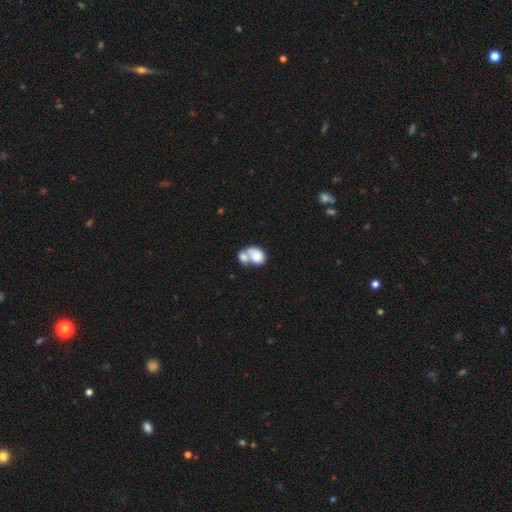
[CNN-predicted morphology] smooth 73%, featured or disk 20%, star or artifact 7%. Down the decision tree: how rounded — in between (74%); merging — merger (71%).